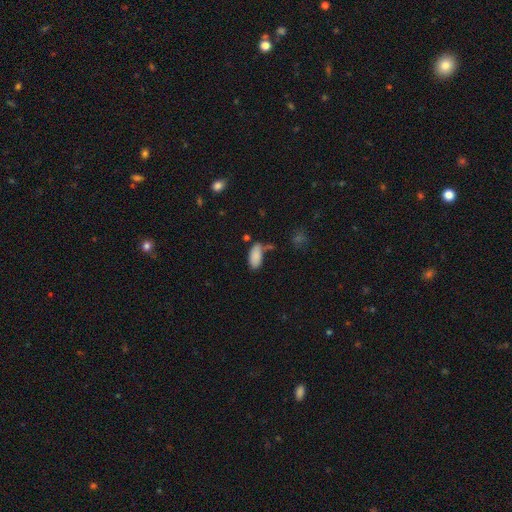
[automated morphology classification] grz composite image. It shows a smooth galaxy with no disk features (87%) that is in between round and cigar-shaped (90%). Merging: none (59%).